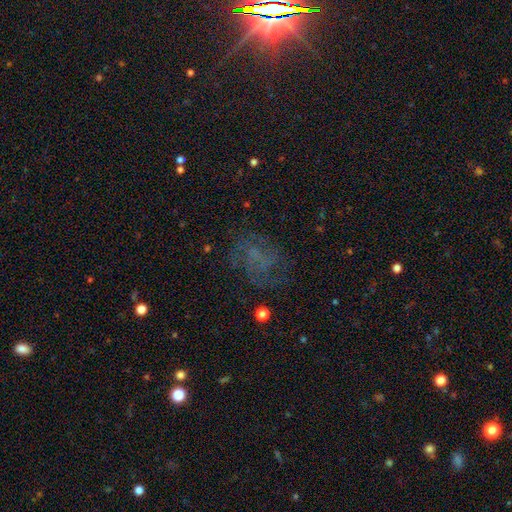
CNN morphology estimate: This appears to be a featured or disk galaxy (49%). Merging: none (61%).